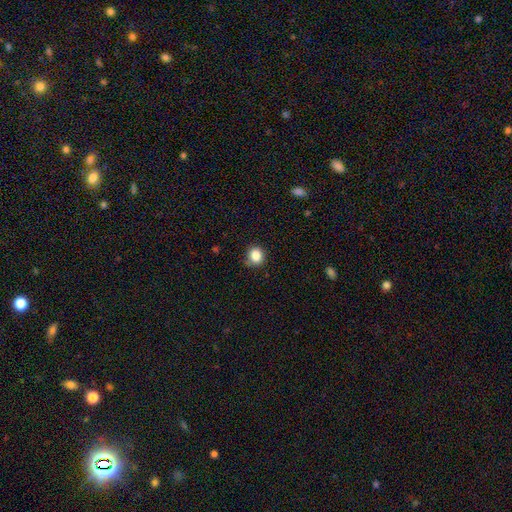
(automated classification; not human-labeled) The model was most divided on "how rounded": round: 79%, in between: 20%, cigar-shaped: 1%. More confident: smooth or featured — smooth (85%); merging — none (82%).